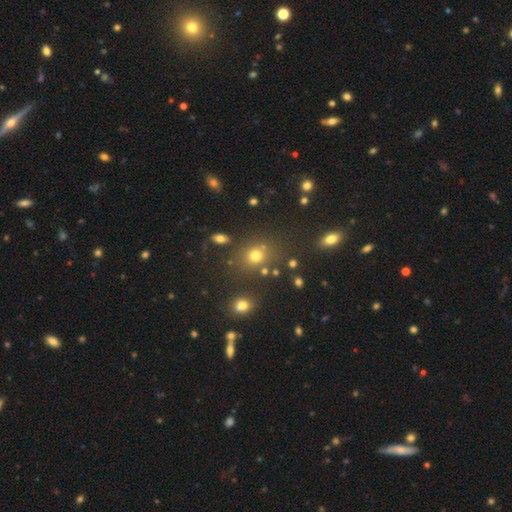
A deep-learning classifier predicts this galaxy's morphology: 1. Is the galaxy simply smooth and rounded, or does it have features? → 69% smooth, 21% star or artifact, 10% featured or disk.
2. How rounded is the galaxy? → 66% round, 33% in between, 1% cigar-shaped.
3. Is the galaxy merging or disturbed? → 72% none, 12% minor disturbance, 11% merger, 5% major disturbance.